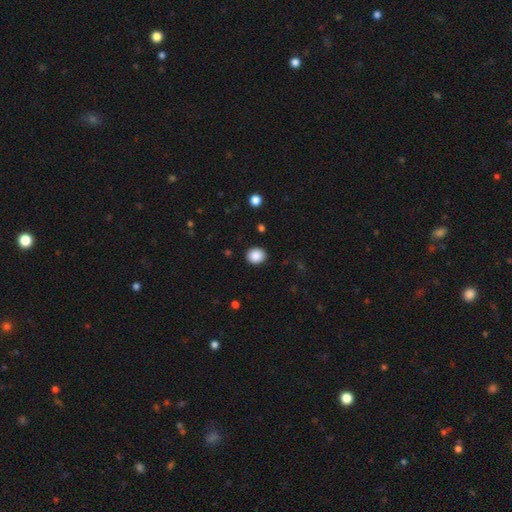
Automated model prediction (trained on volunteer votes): Overall: smooth (88%). How rounded: round (71%). Merging: none (91%).